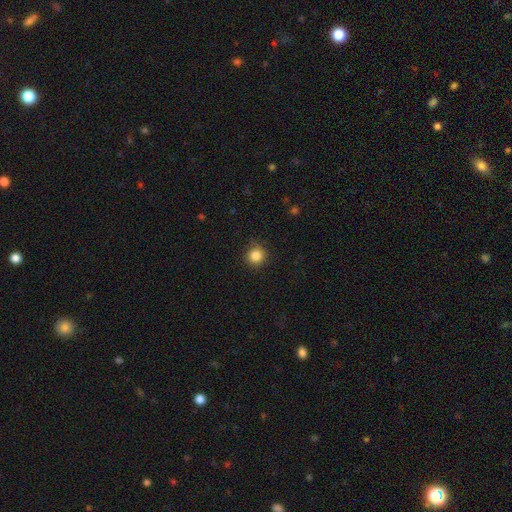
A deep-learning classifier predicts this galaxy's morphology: Smooth or featured?
  - smooth: 84% *
  - star or artifact: 12%
  - featured or disk: 4%
How rounded?
  - round: 94% *
  - in between: 6%
  - cigar-shaped: 1%
Merging?
  - none: 85% *
  - minor disturbance: 11%
  - major disturbance: 3%
  - merger: 1%